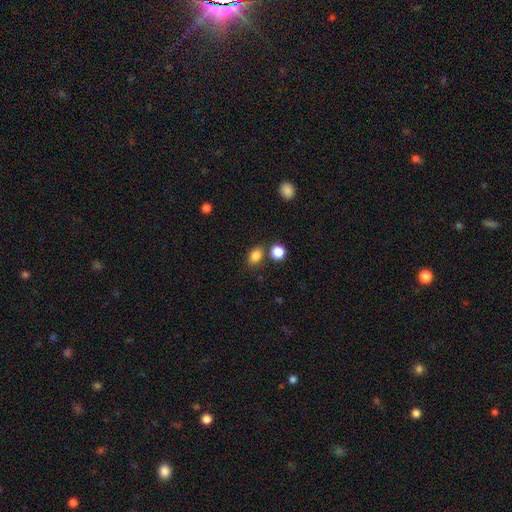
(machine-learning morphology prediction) The model was most divided on "how rounded": in between: 67%, round: 31%, cigar-shaped: 1%. More confident: smooth or featured — smooth (83%); merging — none (72%).